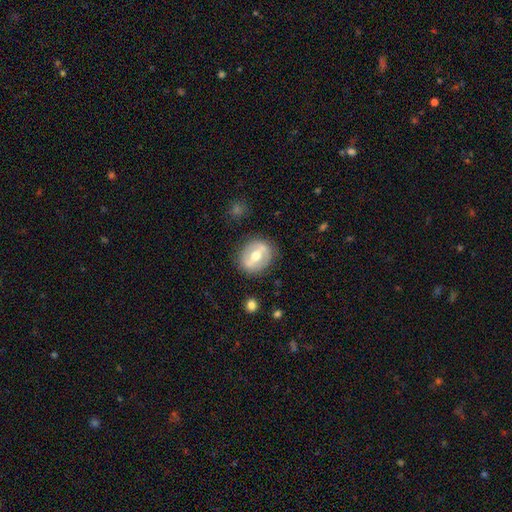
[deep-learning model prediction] A featured or disk galaxy (60%) with a strong bar (53%), no spiral arms (73%) and a moderate central bulge (75%).

Vote fractions:
- Smooth or featured? featured or disk: 60% / smooth: 34% / star or artifact: 6%
- Edge-on disk? no: 92% / yes: 8%
- Bar? strong: 53% / weak: 31% / no: 16%
- Spiral arms? no: 73% / yes: 27%
- Bulge size? moderate: 75% / small: 12% / large: 12% / dominant: 1% / none: 1%
- Merging? none: 83% / minor disturbance: 11% / major disturbance: 4% / merger: 1%